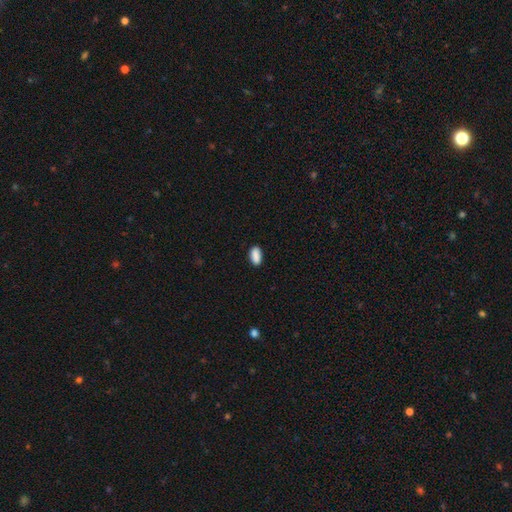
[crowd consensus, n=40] Q: Smooth or featured?
A: smooth (82%); runner-up: star or artifact (12%)
Q: How rounded?
A: in between (88%); runner-up: cigar-shaped (9%)
Q: Merging?
A: none (91%); runner-up: minor disturbance (6%)